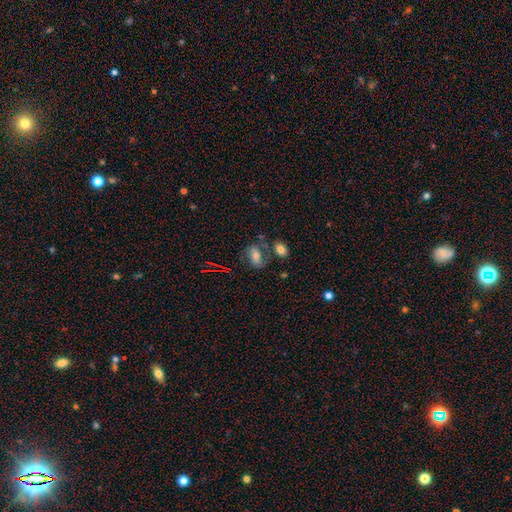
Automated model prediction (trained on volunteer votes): This appears to be a smooth galaxy with no disk features (58%) that is in between round and cigar-shaped (83%). Merging: none (59%).